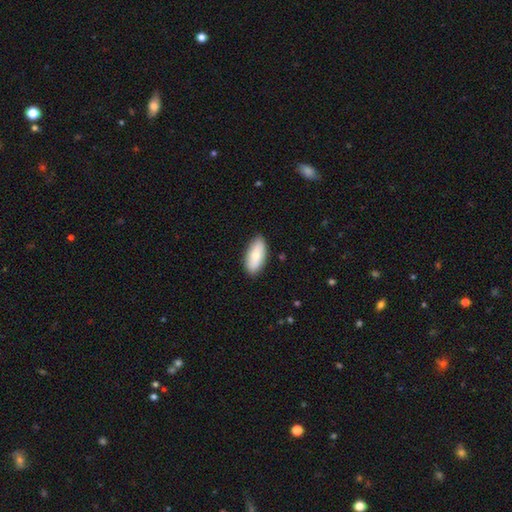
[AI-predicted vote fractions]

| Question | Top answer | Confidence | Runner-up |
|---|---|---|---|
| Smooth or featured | smooth | 79% | featured or disk (16%) |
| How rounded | in between | 85% | cigar-shaped (13%) |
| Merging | none | 86% | minor disturbance (10%) |